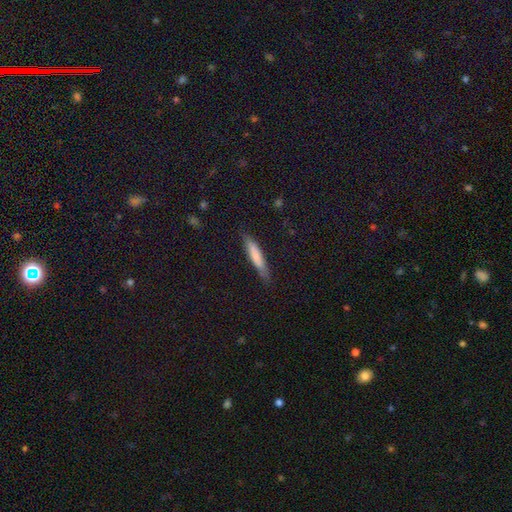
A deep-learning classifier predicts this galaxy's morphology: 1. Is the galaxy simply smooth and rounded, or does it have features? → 74% smooth, 20% featured or disk, 6% star or artifact.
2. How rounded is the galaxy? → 87% cigar-shaped, 12% in between, 1% round.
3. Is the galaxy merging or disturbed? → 81% none, 15% minor disturbance, 3% major disturbance, 1% merger.